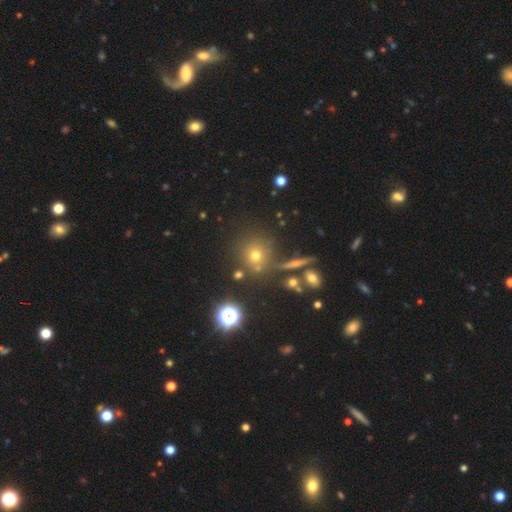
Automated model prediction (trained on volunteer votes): smooth-or-featured: smooth: 55% | star or artifact: 32% | featured or disk: 13%
  how-rounded: round: 89% | in between: 10% | cigar-shaped: 2%
  merging: none: 76% | merger: 10% | minor disturbance: 9% | major disturbance: 4%